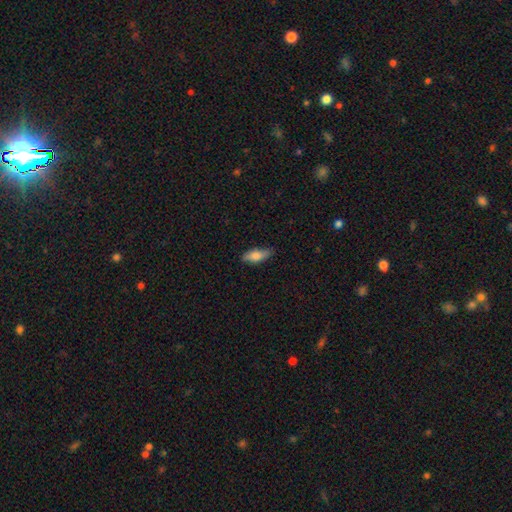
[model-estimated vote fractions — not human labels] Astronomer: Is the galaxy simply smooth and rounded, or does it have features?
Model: smooth — 74%.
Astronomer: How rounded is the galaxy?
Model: in between — 67%.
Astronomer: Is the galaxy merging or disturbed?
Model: none — 79%.